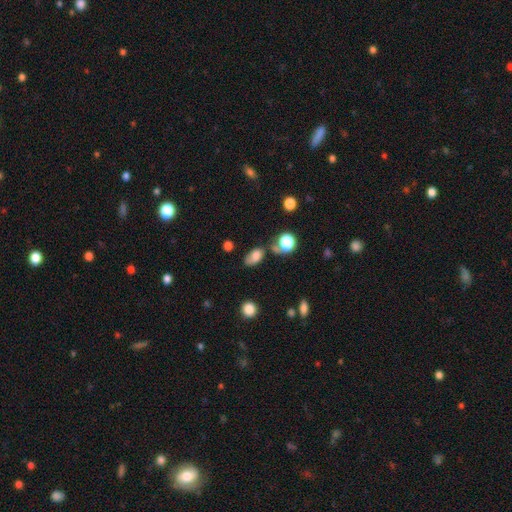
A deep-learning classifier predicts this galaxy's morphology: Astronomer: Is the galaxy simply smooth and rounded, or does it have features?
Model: smooth — 67%.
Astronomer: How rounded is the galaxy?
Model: in between — 86%.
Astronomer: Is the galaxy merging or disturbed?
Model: none — 49% (runner-up: minor disturbance, 26%).